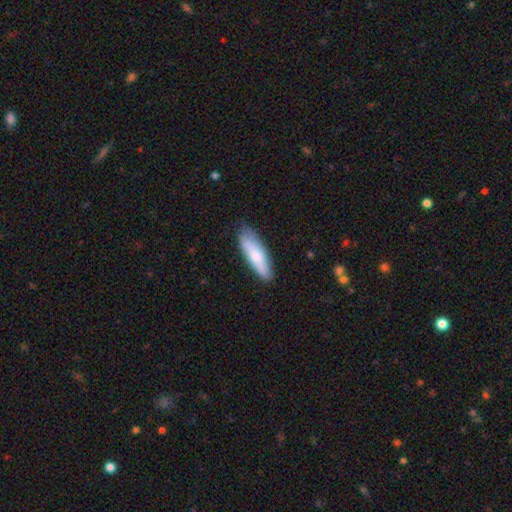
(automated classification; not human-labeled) Smooth or featured: smooth — 72% (featured or disk — 22%)
How rounded: cigar-shaped — 60% (in between — 39%)
Merging: none — 77% (minor disturbance — 19%)